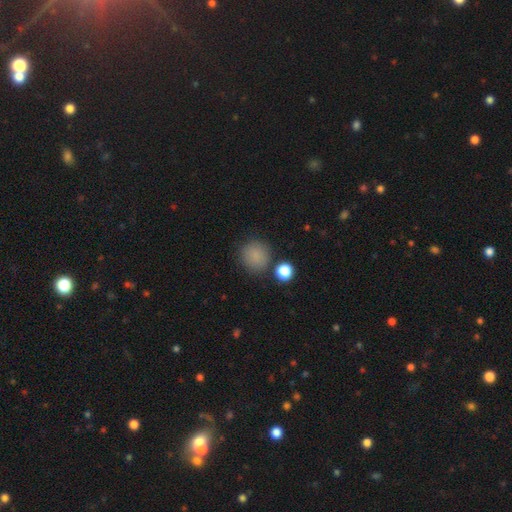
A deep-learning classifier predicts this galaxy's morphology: Overall: smooth (83%). How rounded: round (89%). Merging: none (81%).